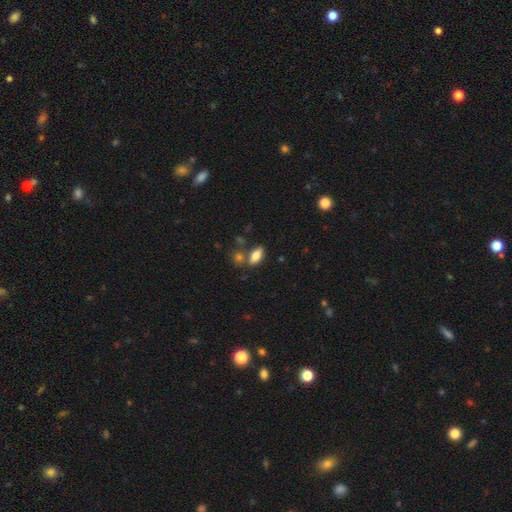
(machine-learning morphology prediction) Smooth or featured? Predicted: smooth (p=0.79). How rounded? Predicted: in between (p=0.86). Merging? Predicted: none (p=0.67).